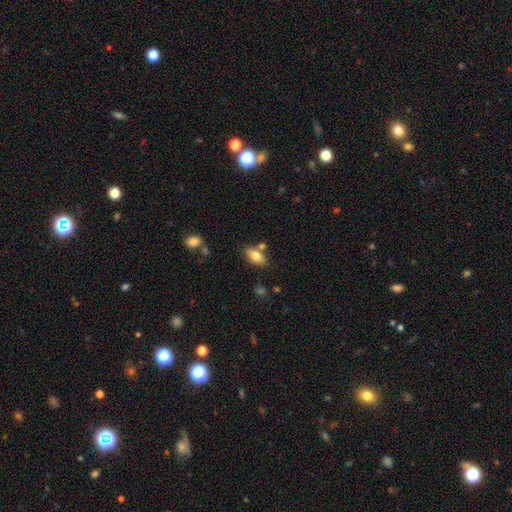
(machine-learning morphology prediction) This is likely a smooth galaxy (78%). How rounded: clearly in between (89%). Merging: likely none (72%).